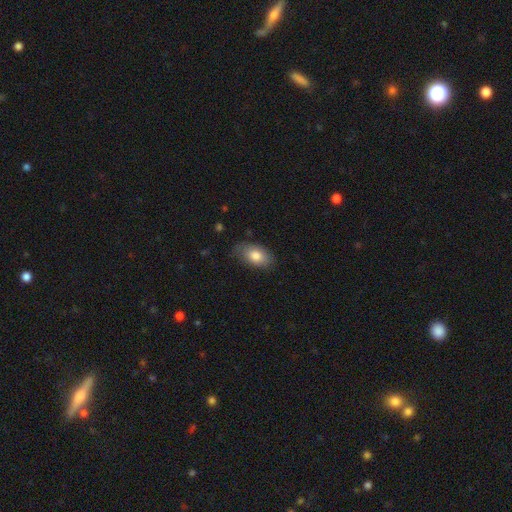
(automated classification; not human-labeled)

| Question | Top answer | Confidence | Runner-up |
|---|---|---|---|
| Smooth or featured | smooth | 81% | featured or disk (13%) |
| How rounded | in between | 91% | round (7%) |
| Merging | none | 75% | minor disturbance (19%) |